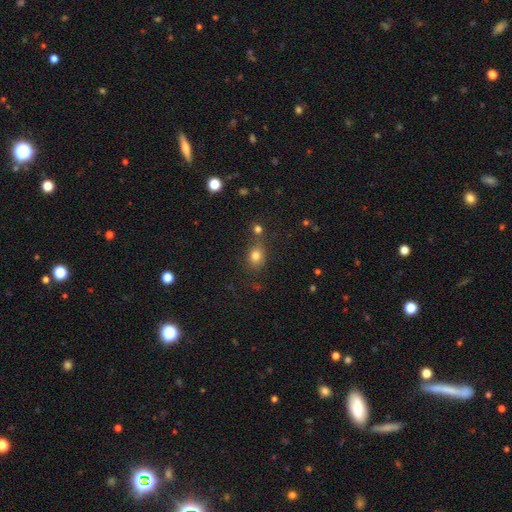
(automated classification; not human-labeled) Smooth or featured: smooth — 78% (star or artifact — 14%)
How rounded: round — 53% (in between — 46%)
Merging: none — 61% (merger — 18%)